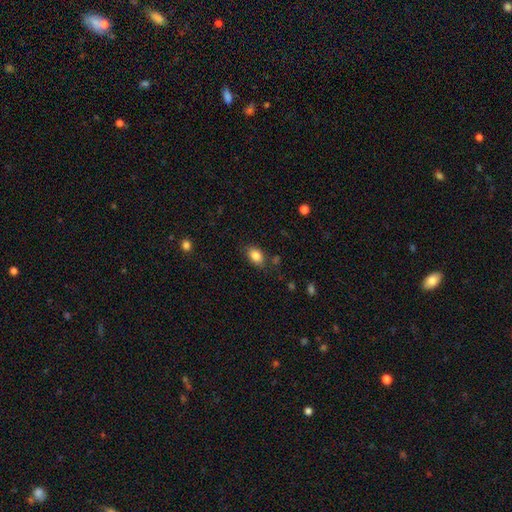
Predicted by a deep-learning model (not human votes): A smooth galaxy with no disk features (85%) that is in between round and cigar-shaped (84%).

Vote fractions:
- Smooth or featured? smooth: 85% / star or artifact: 9% / featured or disk: 6%
- How rounded? in between: 84% / round: 14% / cigar-shaped: 2%
- Merging? none: 79% / minor disturbance: 15% / major disturbance: 4% / merger: 3%